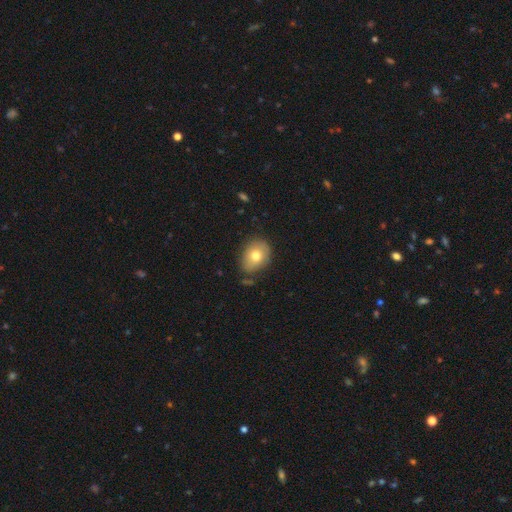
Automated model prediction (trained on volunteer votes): Q: Smooth or featured?
A: smooth (74%); runner-up: featured or disk (17%)
Q: How rounded?
A: in between (55%); runner-up: round (44%)
Q: Merging?
A: none (72%); runner-up: minor disturbance (20%)